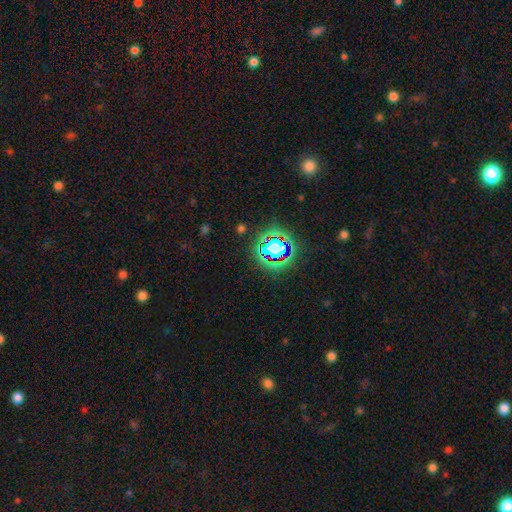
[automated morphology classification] Smooth or featured: star or artifact — 78% (smooth — 14%)